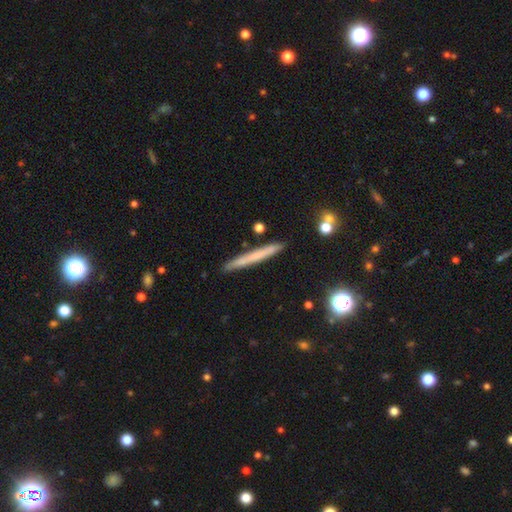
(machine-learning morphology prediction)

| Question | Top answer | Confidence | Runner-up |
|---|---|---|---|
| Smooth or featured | smooth | 58% | featured or disk (35%) |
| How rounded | cigar-shaped | 97% | in between (2%) |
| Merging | none | 89% | minor disturbance (7%) |